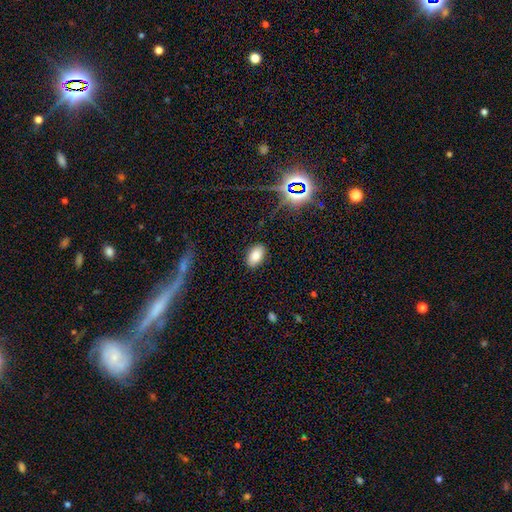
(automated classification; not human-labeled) Morphology: type=smooth (81%); roundness=in between (91%); merging=none (87%).